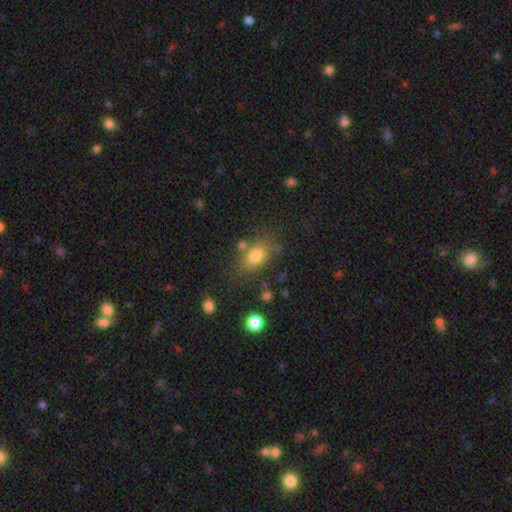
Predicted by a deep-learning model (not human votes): Overall: smooth (77%). How rounded: in between (80%). Merging: none (70%).